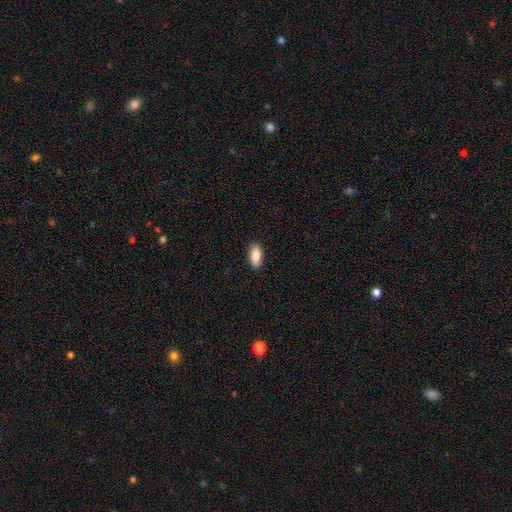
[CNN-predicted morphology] smooth_or_featured: smooth (p=0.88) [alt: star or artifact p=0.06]
how_rounded: in between (p=0.88) [alt: cigar-shaped p=0.09]
merging: none (p=0.89) [alt: minor disturbance p=0.08]